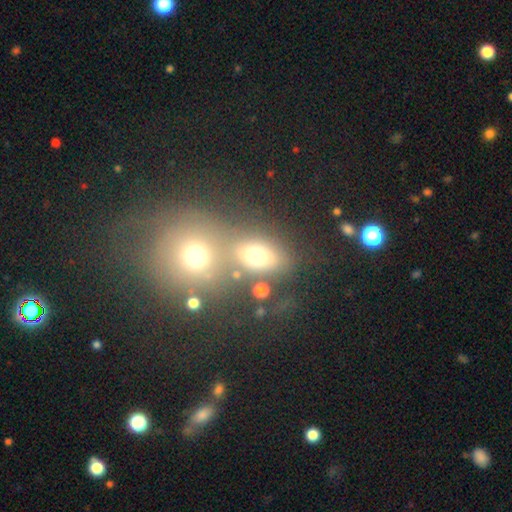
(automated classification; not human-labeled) The model was most divided on "merging" (2-way tie): merger: 42%, none: 42%, minor disturbance: 10%, major disturbance: 6%. More confident: smooth or featured — smooth (67%); how rounded — in between (51%).